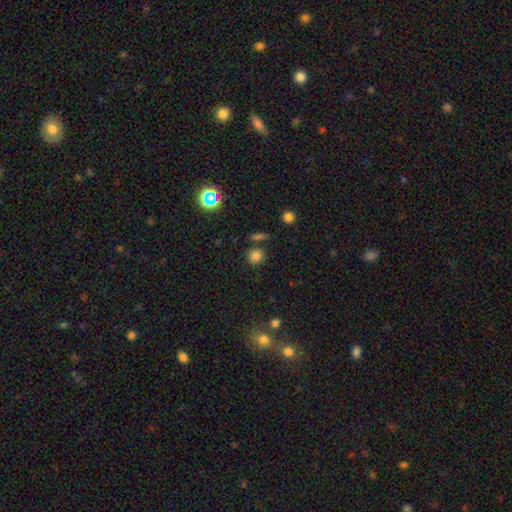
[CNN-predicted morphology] smooth-or-featured: smooth: 77% | star or artifact: 17% | featured or disk: 6%
  how-rounded: round: 88% | in between: 11% | cigar-shaped: 2%
  merging: none: 77% | minor disturbance: 10% | merger: 9% | major disturbance: 4%